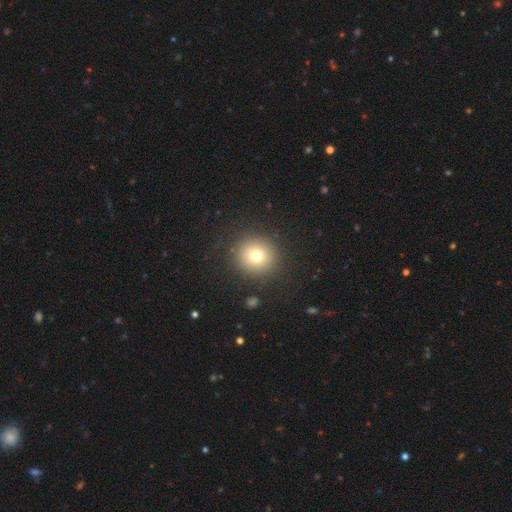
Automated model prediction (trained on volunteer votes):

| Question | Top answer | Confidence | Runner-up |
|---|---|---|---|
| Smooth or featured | smooth | 75% | star or artifact (14%) |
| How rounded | round | 92% | in between (7%) |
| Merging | none | 89% | minor disturbance (6%) |